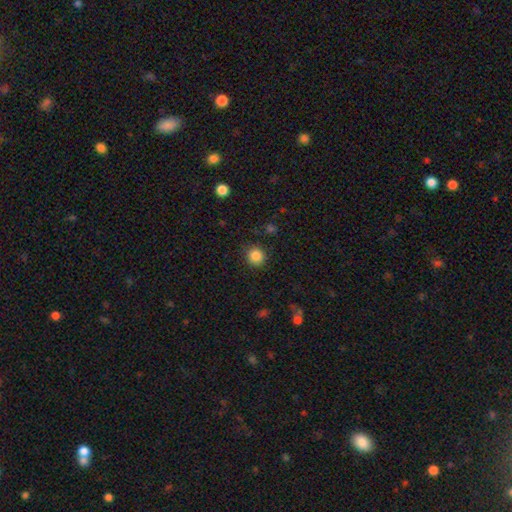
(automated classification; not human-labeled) Q: Smooth or featured?
A: smooth (85%); runner-up: star or artifact (11%)
Q: How rounded?
A: round (91%); runner-up: in between (9%)
Q: Merging?
A: none (86%); runner-up: minor disturbance (10%)